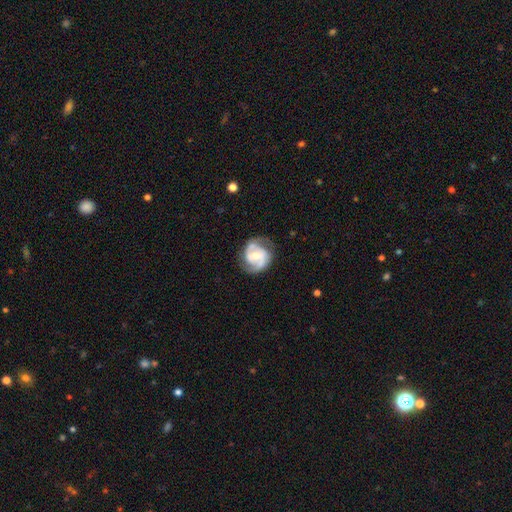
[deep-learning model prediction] This is clearly a featured or disk galaxy (82%). It is clearly not viewed edge-on (98%). Bar: possibly no (47%). Spiral arm pattern: clearly yes (92%). Spiral arm count: clearly 2 (84%). Spiral winding: possibly medium (47%). Central bulge: likely moderate (65%). Merging: likely none (71%).